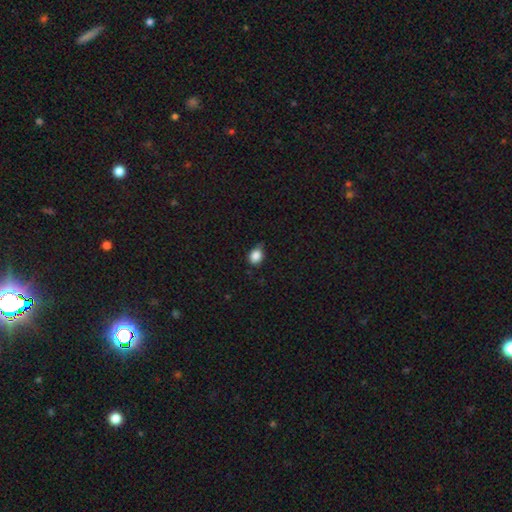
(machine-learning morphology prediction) Q: Smooth or featured?
A: smooth (86%); runner-up: star or artifact (10%)
Q: How rounded?
A: in between (51%); runner-up: round (48%)
Q: Merging?
A: none (66%); runner-up: minor disturbance (28%)